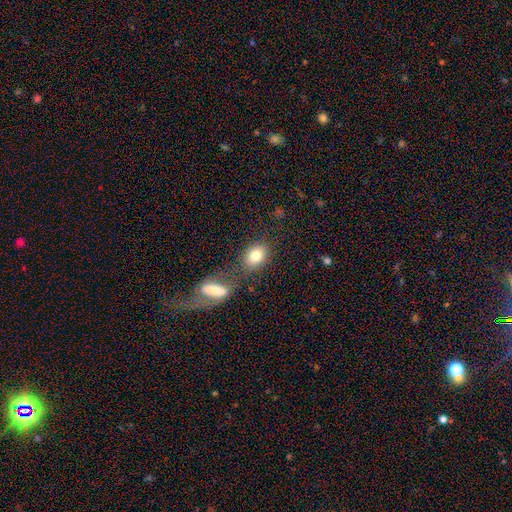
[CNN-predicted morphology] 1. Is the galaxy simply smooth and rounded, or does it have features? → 80% smooth, 11% featured or disk, 9% star or artifact.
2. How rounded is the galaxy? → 69% in between, 29% round, 2% cigar-shaped.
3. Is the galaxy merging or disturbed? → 62% none, 21% merger, 12% minor disturbance, 5% major disturbance.